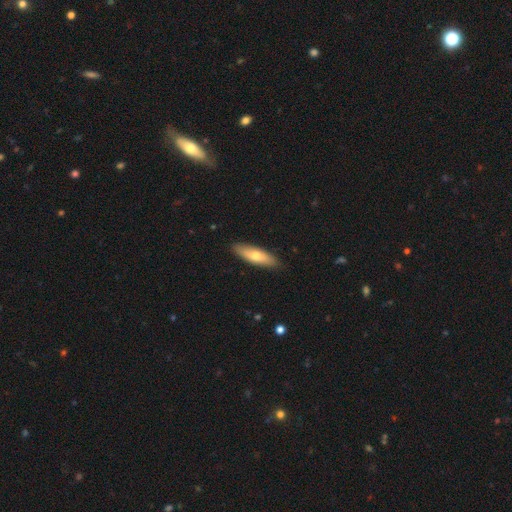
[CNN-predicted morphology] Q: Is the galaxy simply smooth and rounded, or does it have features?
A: smooth — 64%.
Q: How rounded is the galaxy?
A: cigar-shaped — 51%.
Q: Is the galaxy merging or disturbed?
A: none — 88%.